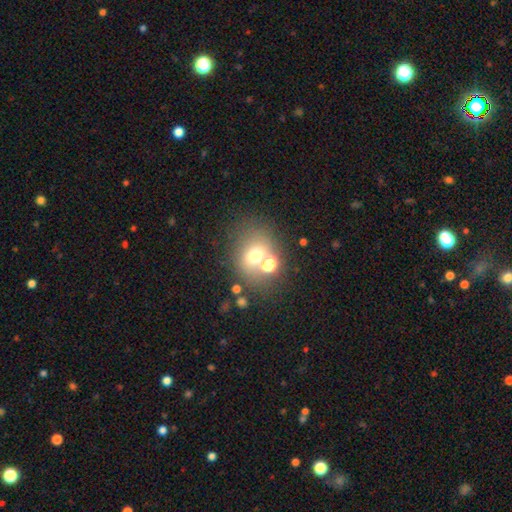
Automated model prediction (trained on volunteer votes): smooth_or_featured: smooth (p=0.61) [alt: star or artifact p=0.21]
how_rounded: round (p=0.66) [alt: in between p=0.33]
merging: none (p=0.56) [alt: merger p=0.26]